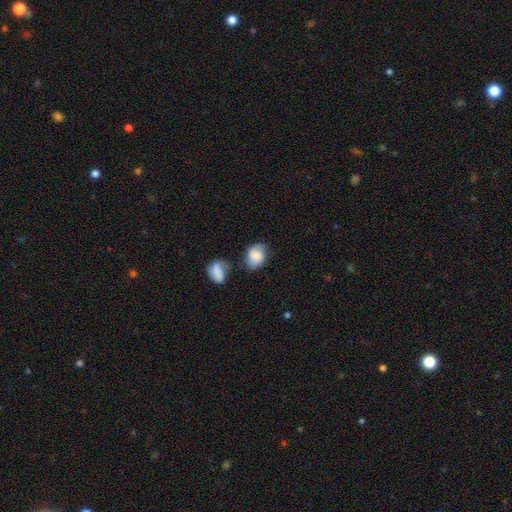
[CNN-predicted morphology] Smooth or featured? smooth (67%)
How rounded? in between (58%)
Merging? none (49%)